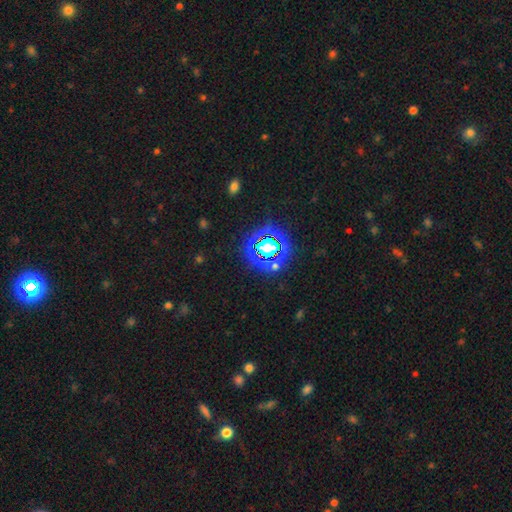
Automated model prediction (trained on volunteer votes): This is likely a star or artifact rather than a galaxy (77%).